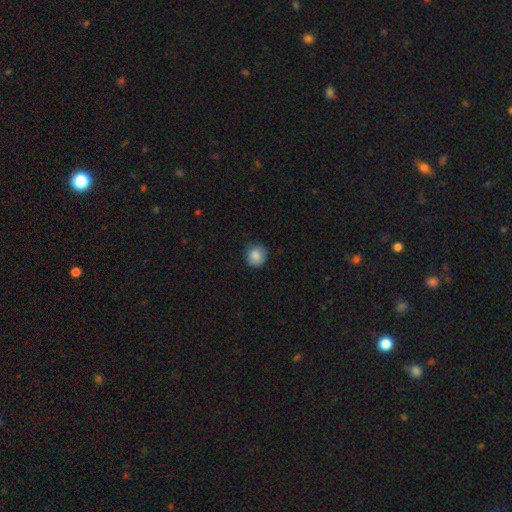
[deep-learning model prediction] A smooth galaxy with no disk features (86%) that is round (89%). Merging: none (77%).